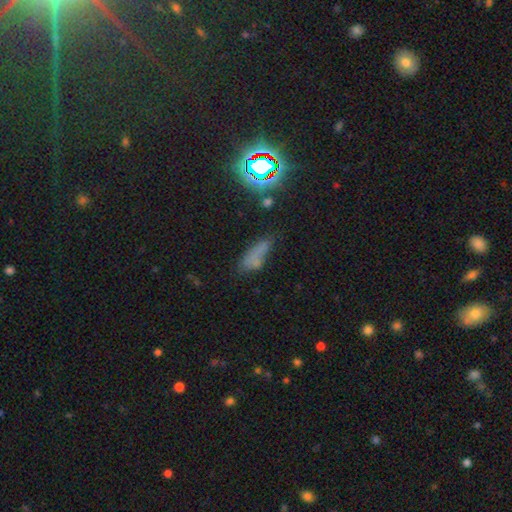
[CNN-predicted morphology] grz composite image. It shows a smooth galaxy with no disk features (55%) that is in between round and cigar-shaped (52%). Merging: none (48%).